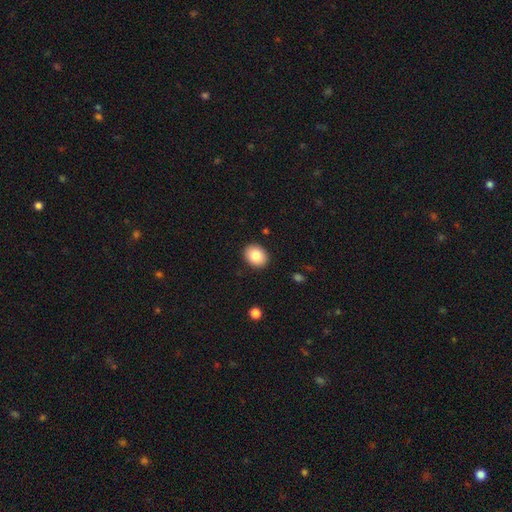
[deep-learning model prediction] Smooth or featured?
  - smooth: 84% *
  - star or artifact: 8%
  - featured or disk: 8%
How rounded?
  - in between: 56% *
  - round: 43%
  - cigar-shaped: 1%
Merging?
  - none: 90% *
  - minor disturbance: 7%
  - major disturbance: 2%
  - merger: 1%